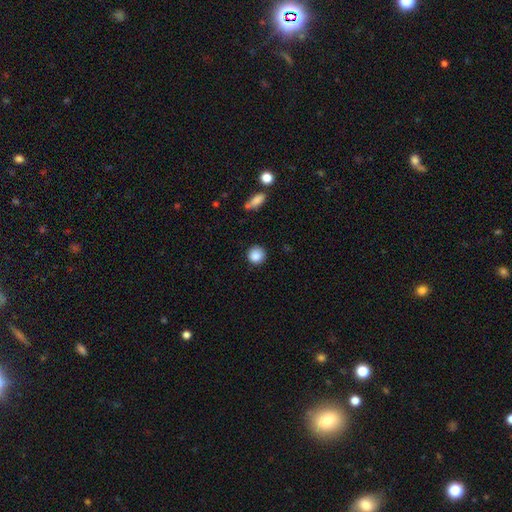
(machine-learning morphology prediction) Smooth or featured?
  - smooth: 88% *
  - star or artifact: 9%
  - featured or disk: 4%
How rounded?
  - round: 93% *
  - in between: 6%
  - cigar-shaped: 1%
Merging?
  - none: 87% *
  - minor disturbance: 9%
  - major disturbance: 2%
  - merger: 2%